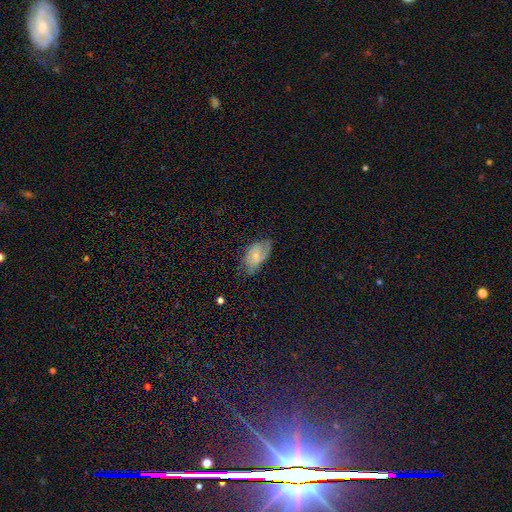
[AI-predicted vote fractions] Smooth or featured? featured or disk (51%)
Edge-on disk? no (94%)
Merging? none (59%)